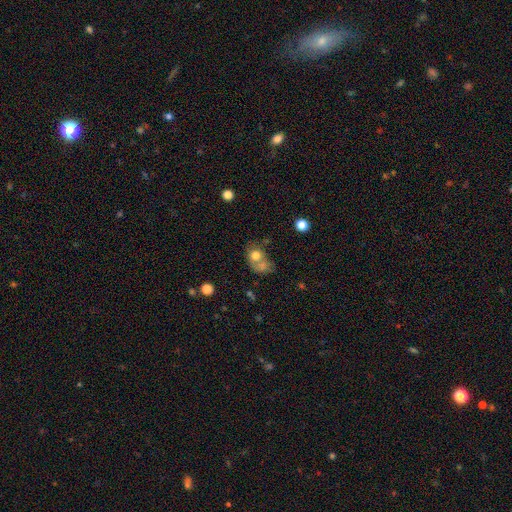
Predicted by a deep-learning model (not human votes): smooth-or-featured: smooth: 74% | featured or disk: 15% | star or artifact: 11%
  how-rounded: round: 64% | in between: 35% | cigar-shaped: 1%
  merging: merger: 53% | none: 29% | minor disturbance: 11% | major disturbance: 8%